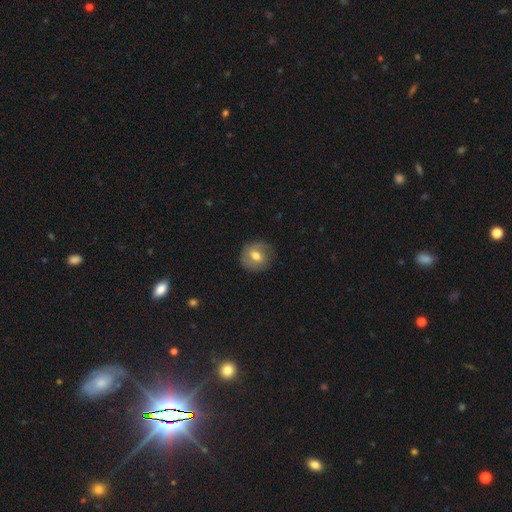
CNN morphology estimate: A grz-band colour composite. It shows a smooth galaxy with no disk features (59%) that is round (81%). Merging: none (80%).